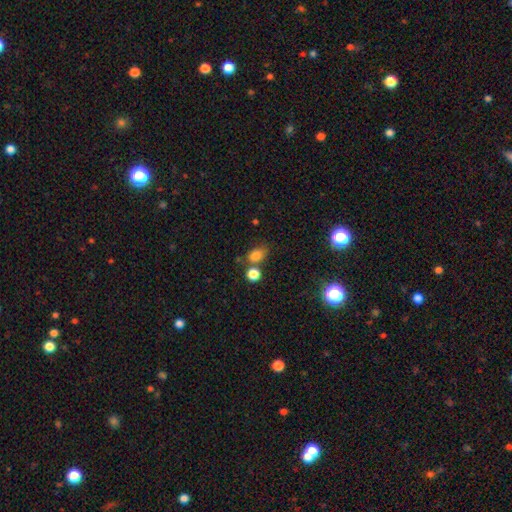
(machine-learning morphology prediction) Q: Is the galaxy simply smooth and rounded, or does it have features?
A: smooth — 80%.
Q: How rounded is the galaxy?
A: in between — 69%.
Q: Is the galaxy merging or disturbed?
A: none — 57%.